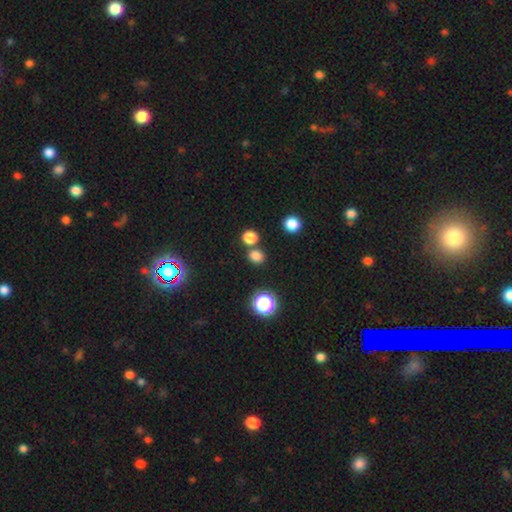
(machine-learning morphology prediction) smooth 77%, star or artifact 18%, featured or disk 5%. Down the decision tree: how rounded — round (73%); merging — none (70%).